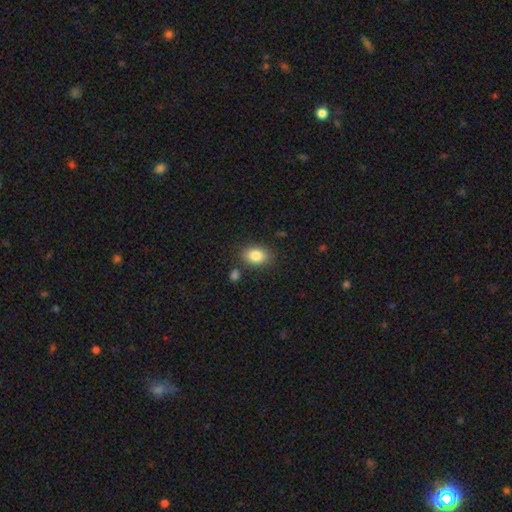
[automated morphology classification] Smooth or featured? smooth (85%)
How rounded? in between (77%)
Merging? none (82%)